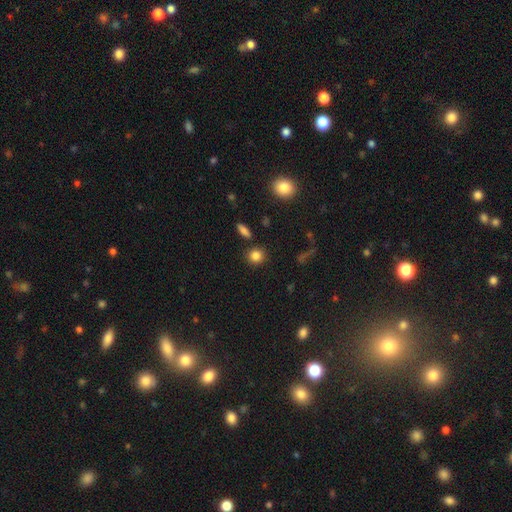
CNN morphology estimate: The model was most divided on "how rounded": round: 85%, in between: 14%, cigar-shaped: 2%. More confident: merging — none (86%); smooth or featured — smooth (84%).